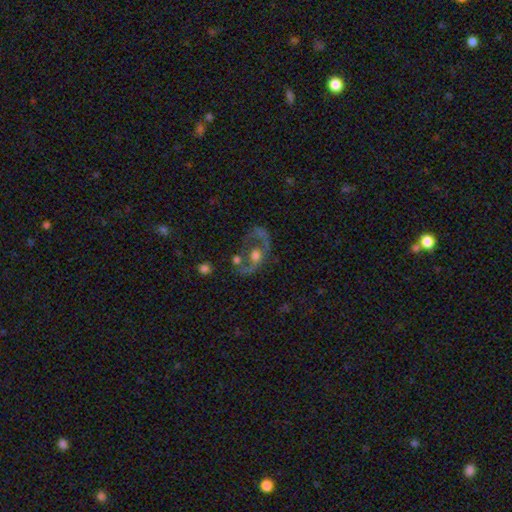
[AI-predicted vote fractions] Overall: featured or disk (60%; smooth 29%). Edge-on disk: no (95%). Bar: no (81%). Spiral arms: no (60%; yes 40%). Bulge size: moderate (58%; large 22%). Merging: none (41%; major disturbance 24%).